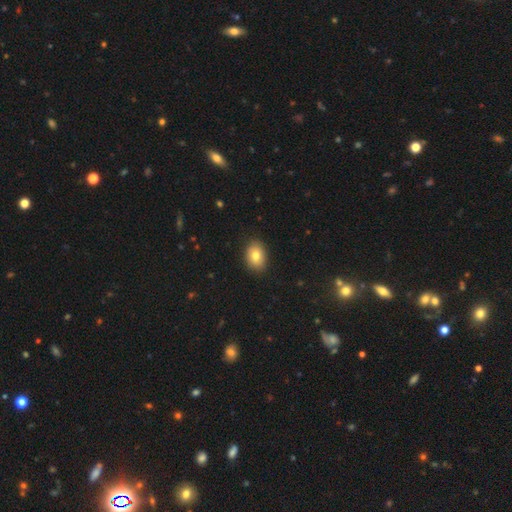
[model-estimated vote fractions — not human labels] Morphology: type=smooth (80%); roundness=in between (75%); merging=none (88%).